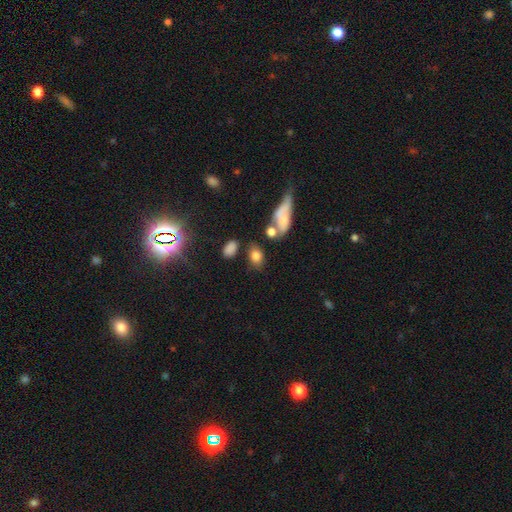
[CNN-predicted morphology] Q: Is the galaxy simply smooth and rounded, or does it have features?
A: smooth — 78%.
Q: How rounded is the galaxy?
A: in between — 78%.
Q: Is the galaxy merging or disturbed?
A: none — 65%.